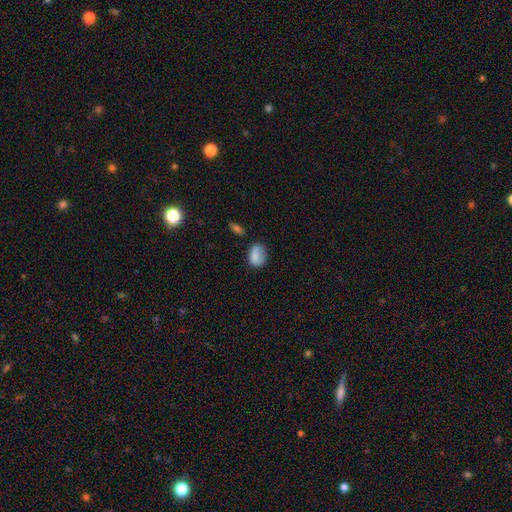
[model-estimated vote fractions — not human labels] A smooth galaxy with no disk features (82%) that is in between round and cigar-shaped (73%). Merging: none (58%).